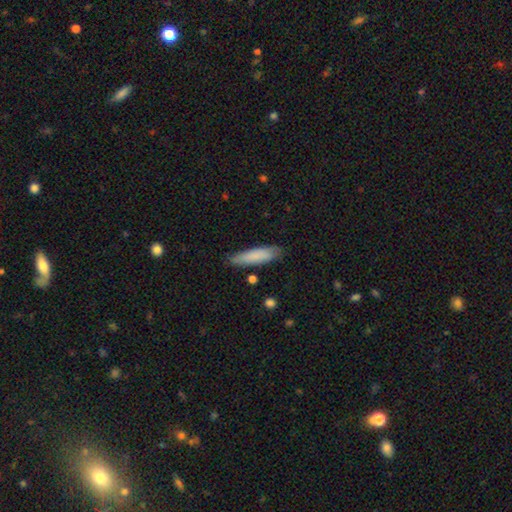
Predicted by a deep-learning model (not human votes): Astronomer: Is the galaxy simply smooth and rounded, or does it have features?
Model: smooth — 82%.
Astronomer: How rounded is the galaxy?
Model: cigar-shaped — 74%.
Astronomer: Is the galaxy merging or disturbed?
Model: none — 83%.